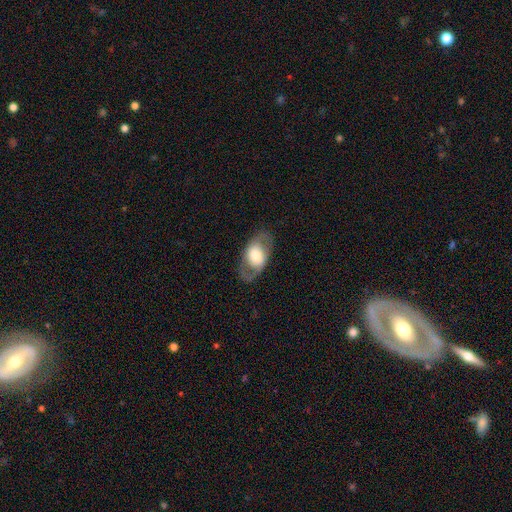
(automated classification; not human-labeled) A featured or disk galaxy (51%).

Vote fractions:
- Smooth or featured? featured or disk: 51% / smooth: 43% / star or artifact: 6%
- Edge-on disk? no: 88% / yes: 12%
- Merging? none: 76% / minor disturbance: 13% / major disturbance: 9% / merger: 1%